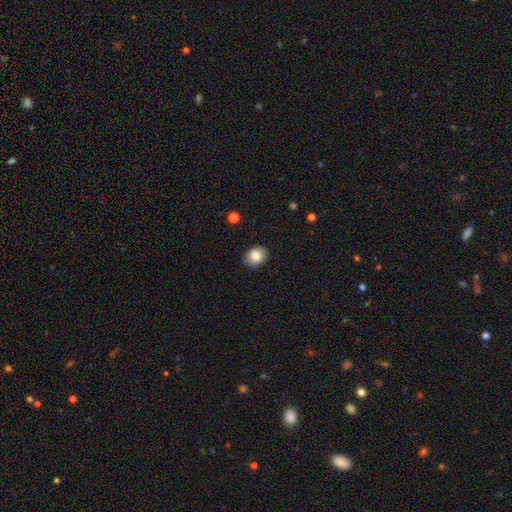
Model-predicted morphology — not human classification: A smooth galaxy with no disk features (83%) that is in between round and cigar-shaped (54%). Merging: none (85%).